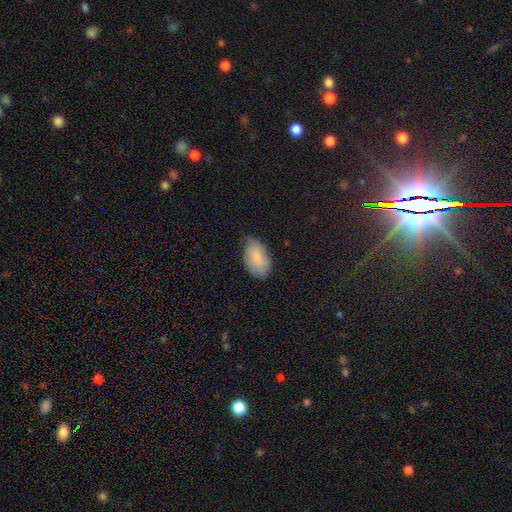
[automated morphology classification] smooth 70%, featured or disk 20%, star or artifact 11%. Down the decision tree: how rounded — in between (93%); merging — none (65%).